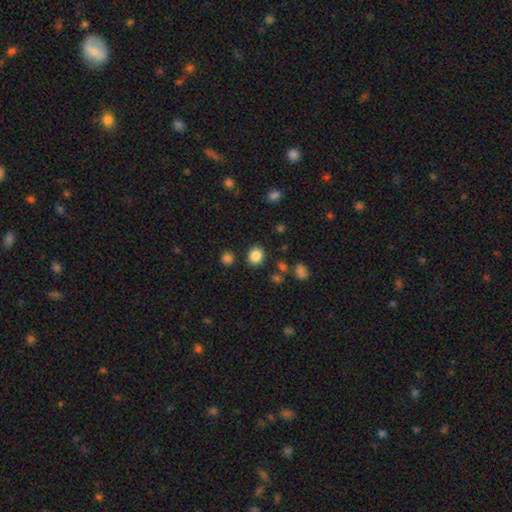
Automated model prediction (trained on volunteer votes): Morphology: type=smooth (85%); roundness=round (77%); merging=none (86%).